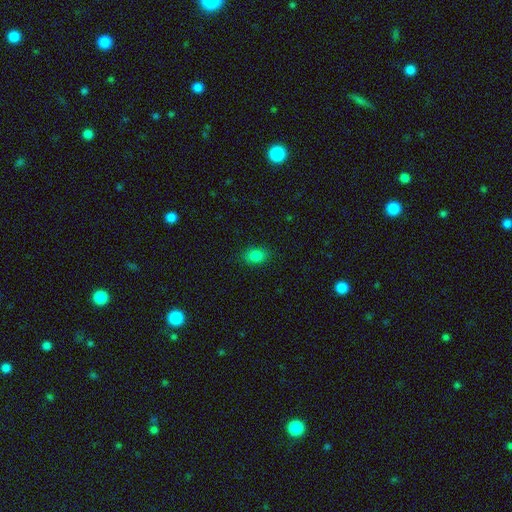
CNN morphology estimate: Smooth or featured? Predicted: smooth (p=0.83). How rounded? Predicted: in between (p=0.72). Merging? Predicted: none (p=0.86).